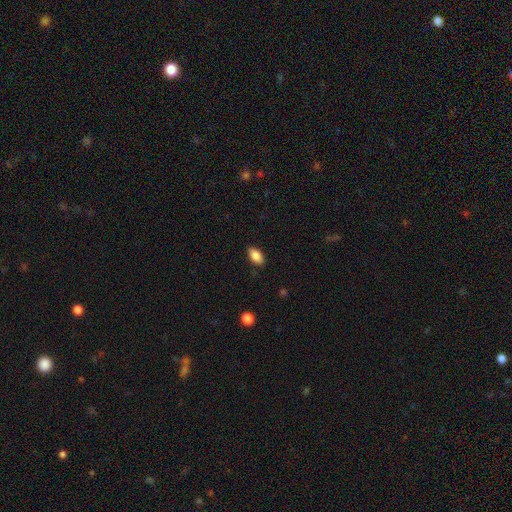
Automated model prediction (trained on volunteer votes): smooth-or-featured: smooth: 87% | star or artifact: 8% | featured or disk: 6%
  how-rounded: in between: 93% | round: 4% | cigar-shaped: 3%
  merging: none: 87% | minor disturbance: 10% | major disturbance: 2% | merger: 1%